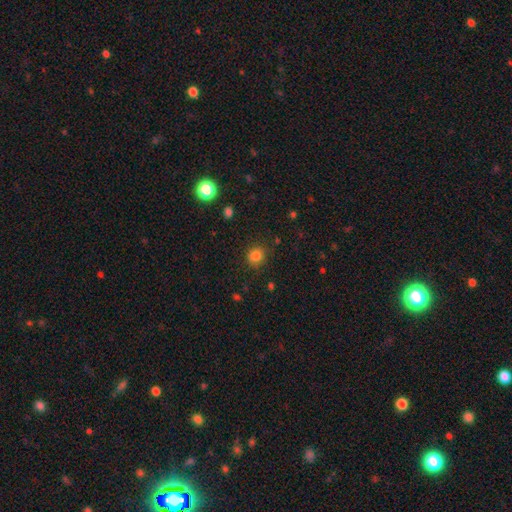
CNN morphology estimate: smooth 83%, star or artifact 13%, featured or disk 4%. Down the decision tree: how rounded — round (78%); merging — none (83%).